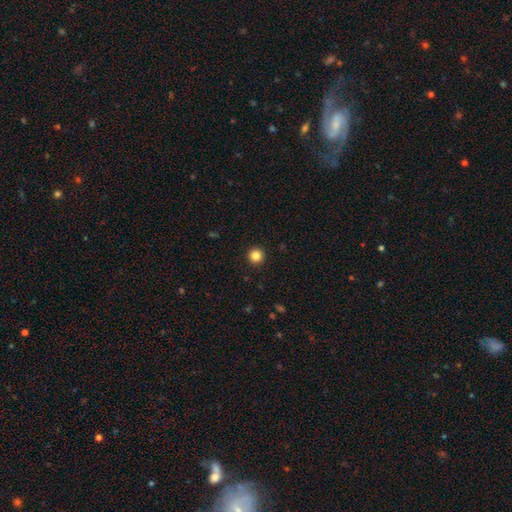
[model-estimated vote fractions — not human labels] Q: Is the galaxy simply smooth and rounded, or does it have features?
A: smooth — 85%.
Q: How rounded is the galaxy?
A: round — 96%.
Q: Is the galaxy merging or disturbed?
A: none — 93%.